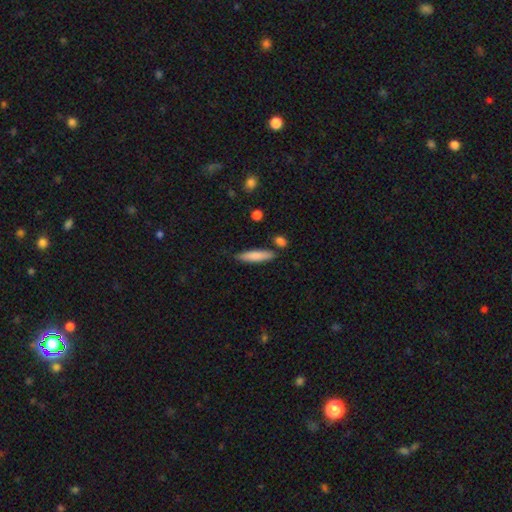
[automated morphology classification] smooth_or_featured: smooth (p=0.81) [alt: featured or disk p=0.13]
how_rounded: cigar-shaped (p=0.78) [alt: in between p=0.20]
merging: none (p=0.78) [alt: minor disturbance p=0.14]